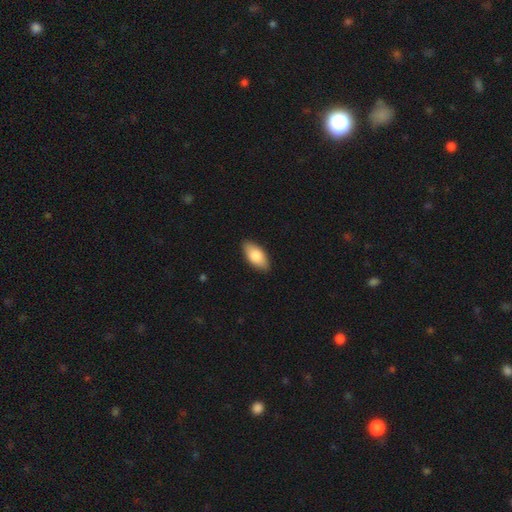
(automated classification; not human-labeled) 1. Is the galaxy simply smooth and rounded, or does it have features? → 79% smooth, 15% featured or disk, 6% star or artifact.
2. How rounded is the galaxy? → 91% in between, 7% cigar-shaped, 2% round.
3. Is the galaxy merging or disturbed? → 88% none, 9% minor disturbance, 2% major disturbance, 1% merger.